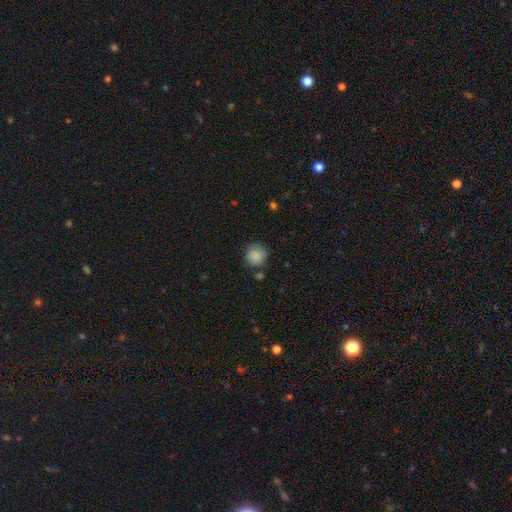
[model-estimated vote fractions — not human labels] smooth 87%, star or artifact 9%, featured or disk 4%. Down the decision tree: how rounded — round (88%); merging — none (76%).